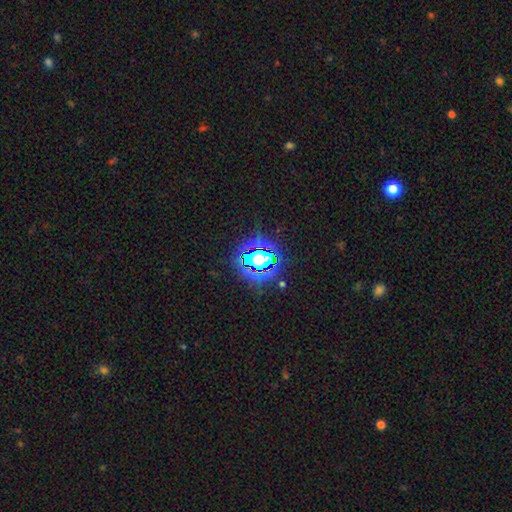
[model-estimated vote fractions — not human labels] Smooth or featured? Predicted: star or artifact (p=0.77).